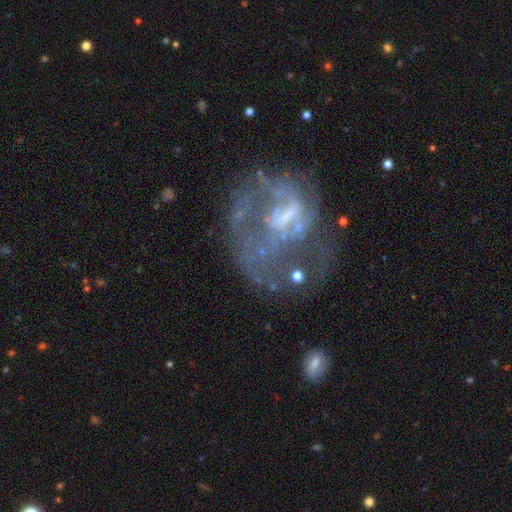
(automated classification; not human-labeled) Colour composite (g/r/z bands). It shows a featured or disk galaxy (66%) with no bar (54%), no spiral arms (61%) and a small central bulge (34%). Merging: none (41%).